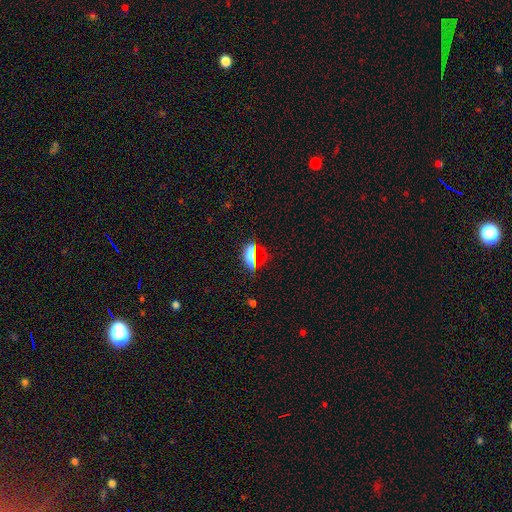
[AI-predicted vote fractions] Smooth or featured: smooth — 57% (star or artifact — 28%)
How rounded: in between — 46% (round — 28%)
Merging: none — 80% (minor disturbance — 11%)